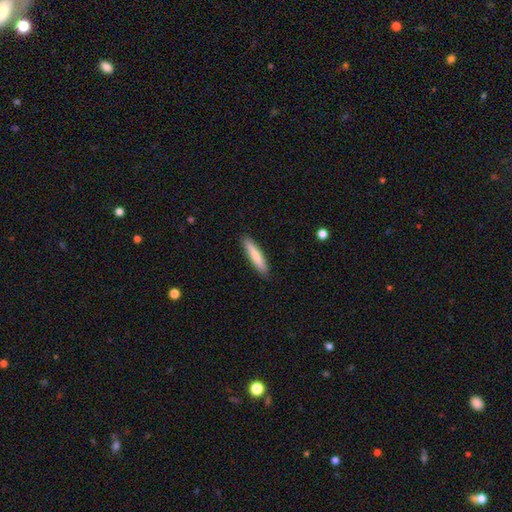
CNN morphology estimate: smooth-or-featured: smooth: 77% | featured or disk: 18% | star or artifact: 5%
  how-rounded: cigar-shaped: 88% | in between: 11% | round: 1%
  merging: none: 90% | minor disturbance: 7% | major disturbance: 2% | merger: 1%